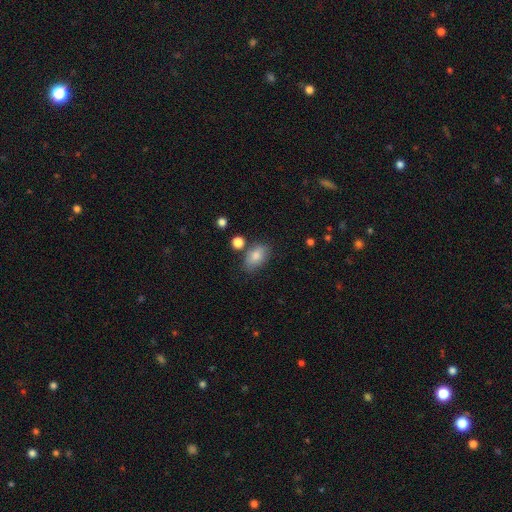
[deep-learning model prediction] The model was most divided on "merging": none: 69%, minor disturbance: 18%, merger: 8%, major disturbance: 5%. More confident: how rounded — in between (88%); smooth or featured — smooth (82%).